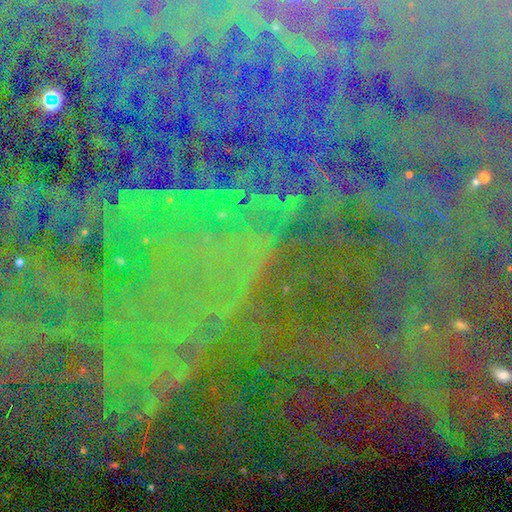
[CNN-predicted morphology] This appears to be a star or artifact, not a galaxy (85%).